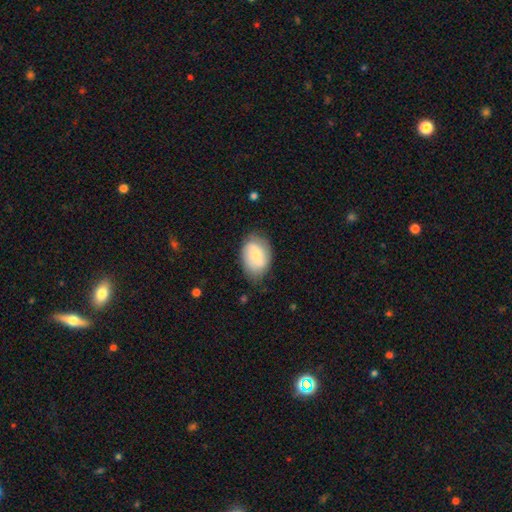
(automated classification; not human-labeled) Morphology: type=smooth (56%); roundness=in between (80%); merging=none (71%).